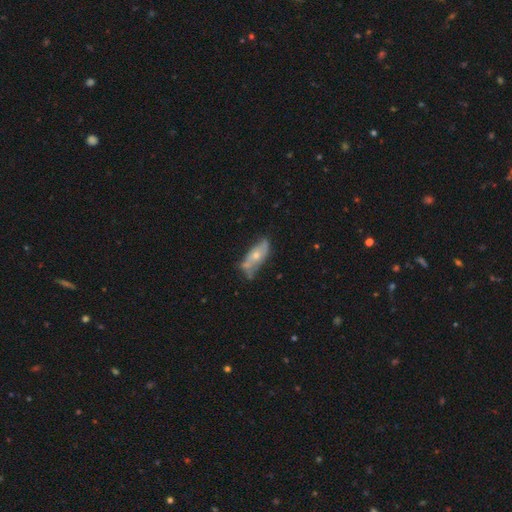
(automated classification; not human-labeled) Smooth or featured? featured or disk (53%)
Edge-on disk? no (77%)
Merging? none (45%)